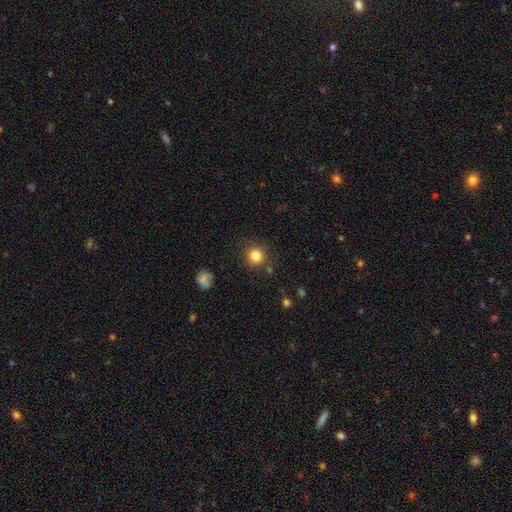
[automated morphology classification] The model was most divided on "smooth or featured": smooth: 83%, star or artifact: 12%, featured or disk: 6%. More confident: how rounded — round (93%); merging — none (85%).